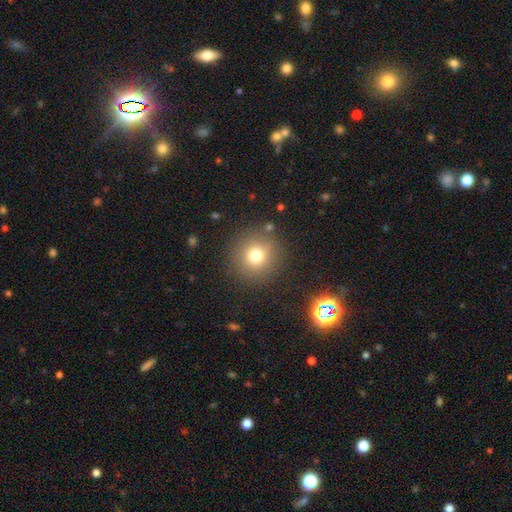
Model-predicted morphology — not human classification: Q: Smooth or featured?
A: smooth (75%); runner-up: star or artifact (15%)
Q: How rounded?
A: round (94%); runner-up: in between (5%)
Q: Merging?
A: none (87%); runner-up: minor disturbance (7%)